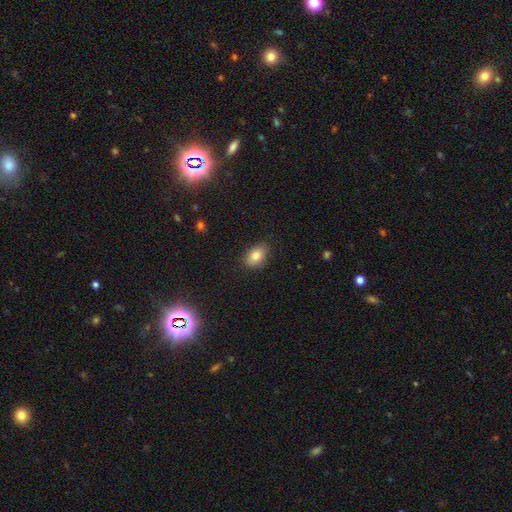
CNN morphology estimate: Smooth or featured? smooth (84%)
How rounded? in between (83%)
Merging? none (85%)